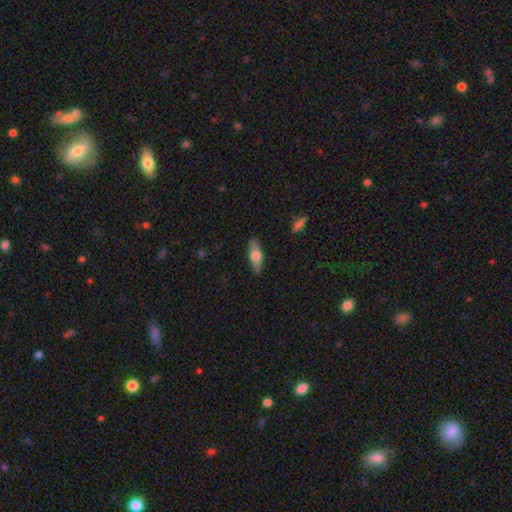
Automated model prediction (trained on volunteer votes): Smooth or featured?
  - smooth: 64% *
  - featured or disk: 30%
  - star or artifact: 6%
How rounded?
  - in between: 69% *
  - cigar-shaped: 28%
  - round: 3%
Merging?
  - none: 86% *
  - minor disturbance: 11%
  - major disturbance: 2%
  - merger: 1%